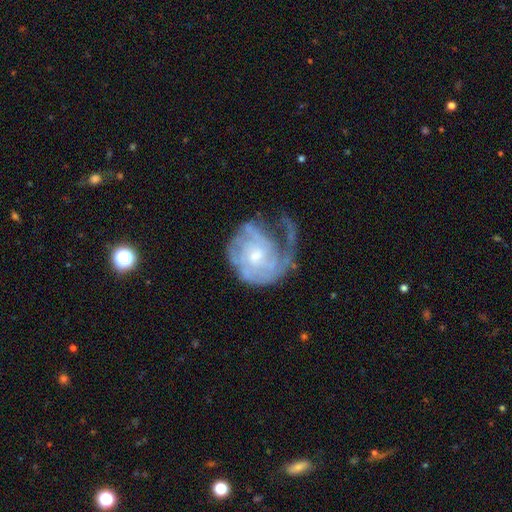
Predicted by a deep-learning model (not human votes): Q: Smooth or featured?
A: featured or disk (80%); runner-up: smooth (14%)
Q: Edge-on disk?
A: no (98%); runner-up: yes (2%)
Q: Bar?
A: no (69%); runner-up: weak (26%)
Q: Spiral arms?
A: yes (87%); runner-up: no (13%)
Q: Spiral winding?
A: tight (51%); runner-up: medium (30%)
Q: Spiral arm count?
A: can't tell (38%); runner-up: 1 (23%)
Q: Bulge size?
A: small (50%); runner-up: moderate (43%)
Q: Merging?
A: major disturbance (41%); runner-up: none (34%)